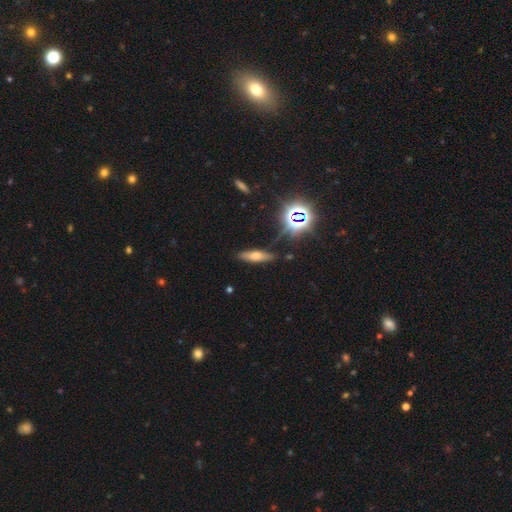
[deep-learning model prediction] Smooth or featured: smooth — 45% (featured or disk — 33%)
Merging: none — 82% (minor disturbance — 12%)